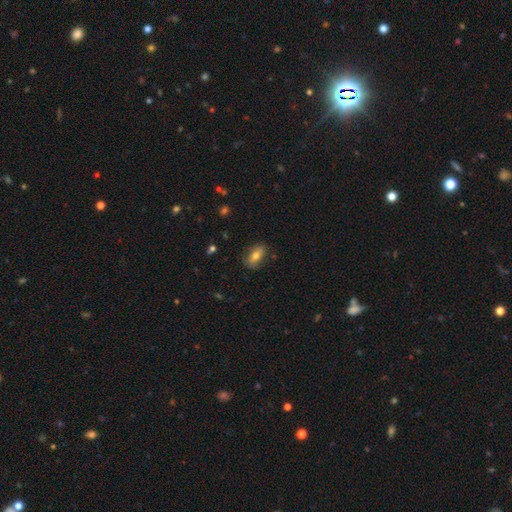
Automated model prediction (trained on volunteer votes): A smooth galaxy with no disk features (67%) that is in between round and cigar-shaped (83%).

Vote fractions:
- Smooth or featured? smooth: 67% / featured or disk: 25% / star or artifact: 8%
- How rounded? in between: 83% / cigar-shaped: 10% / round: 6%
- Merging? none: 78% / minor disturbance: 17% / major disturbance: 4% / merger: 1%